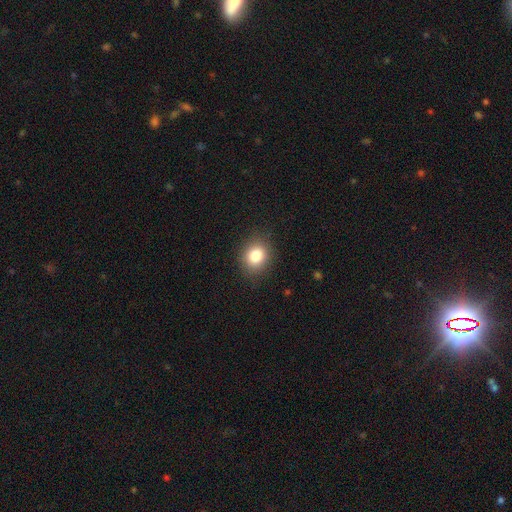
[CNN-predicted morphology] This appears to be a smooth galaxy with no disk features (82%) that is round (64%). Merging: none (87%).